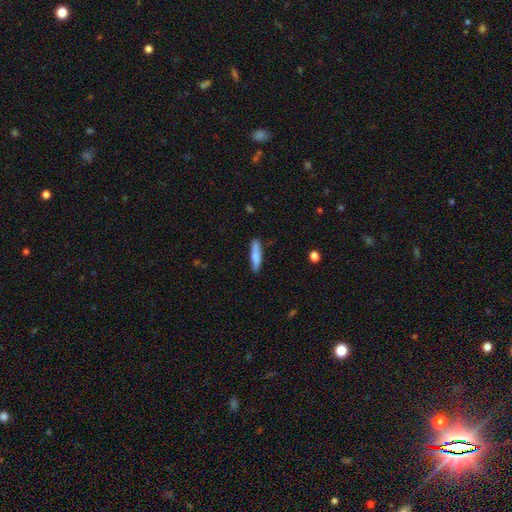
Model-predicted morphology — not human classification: smooth-or-featured: smooth: 76% | featured or disk: 18% | star or artifact: 6%
  how-rounded: cigar-shaped: 84% | in between: 14% | round: 1%
  merging: none: 87% | minor disturbance: 10% | major disturbance: 2% | merger: 2%